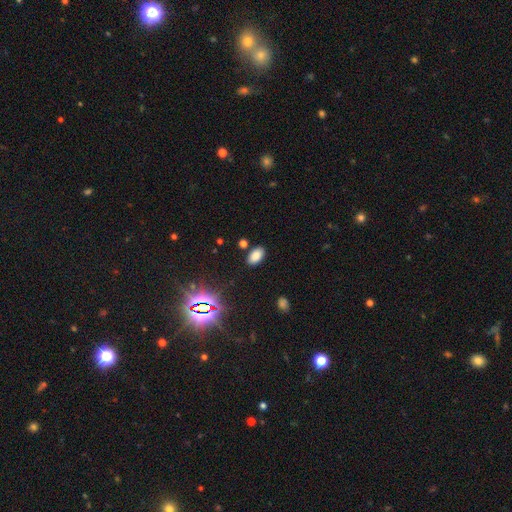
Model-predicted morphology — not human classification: Smooth or featured: smooth — 79% (star or artifact — 15%)
How rounded: in between — 92% (round — 6%)
Merging: none — 84% (minor disturbance — 10%)